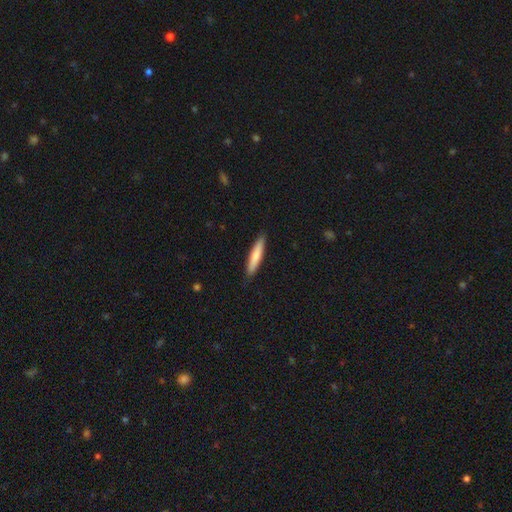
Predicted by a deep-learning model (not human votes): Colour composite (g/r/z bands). It shows a smooth galaxy with no disk features (75%) that is cigar-shaped (89%). Merging: none (89%).